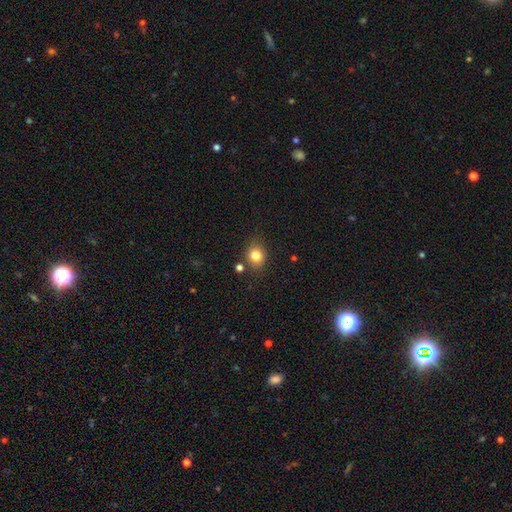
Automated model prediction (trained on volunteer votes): The model was most divided on "how rounded": round: 64%, in between: 35%, cigar-shaped: 1%. More confident: smooth or featured — smooth (81%); merging — none (75%).